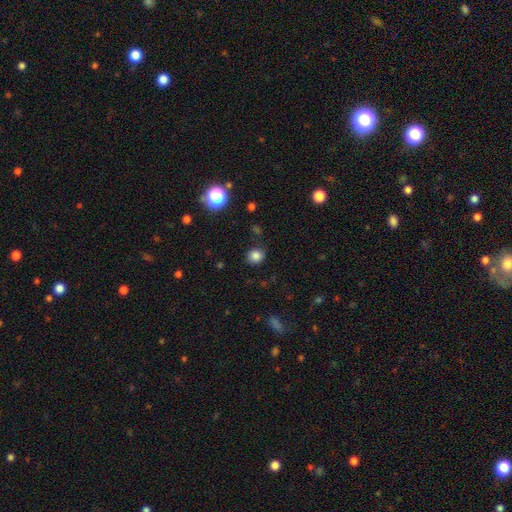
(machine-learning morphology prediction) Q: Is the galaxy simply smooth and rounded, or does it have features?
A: smooth — 82%.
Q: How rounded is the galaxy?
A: round — 75%.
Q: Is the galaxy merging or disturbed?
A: none — 85%.